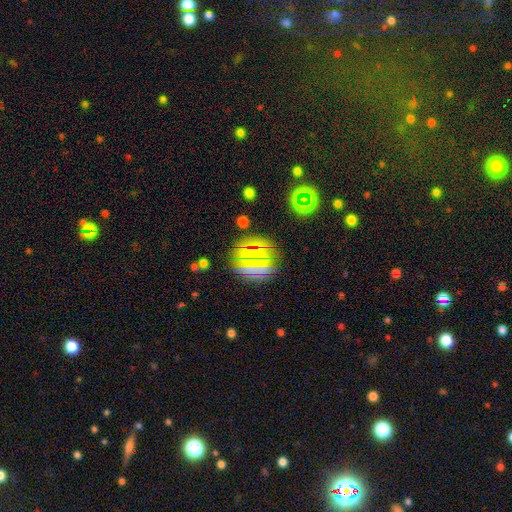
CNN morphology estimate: This is possibly a smooth galaxy (48%). Merging: likely none (75%).